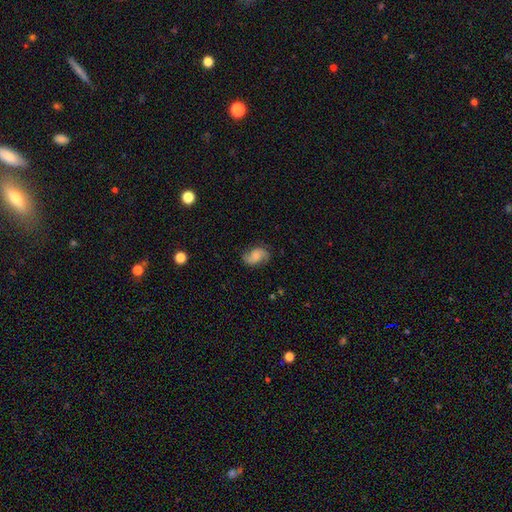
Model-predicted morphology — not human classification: Smooth or featured? featured or disk (57%)
Edge-on disk? no (97%)
Bar? no (60%)
Spiral arms? yes (92%)
Spiral winding? loose (45%)
Spiral arm count? 2 (87%)
Bulge size? none (35%)
Merging? none (73%)